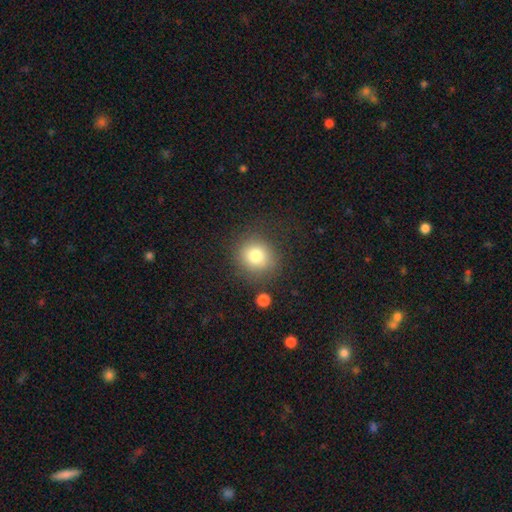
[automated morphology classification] type=smooth (79%); roundness=round (87%); merging=none (80%).